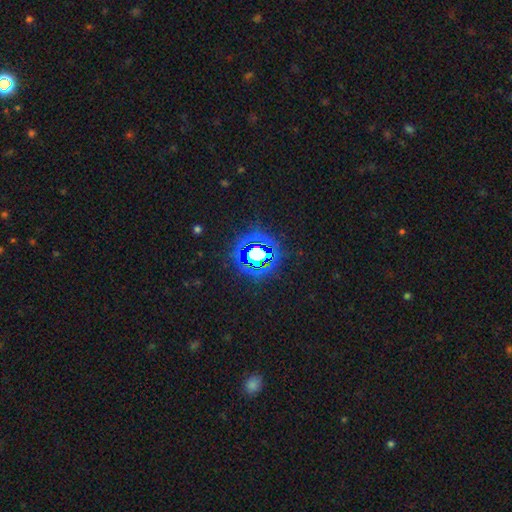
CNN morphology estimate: Smooth or featured? star or artifact (77%)